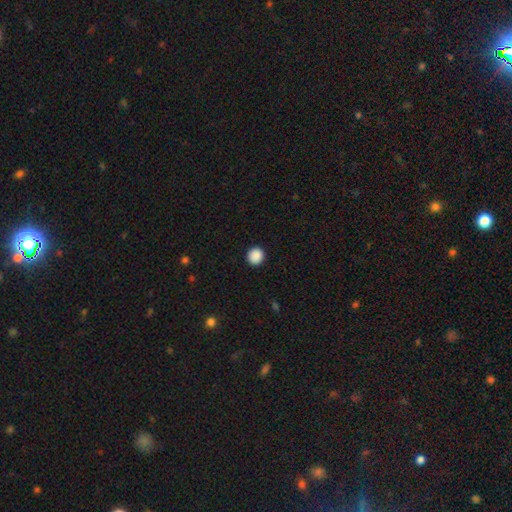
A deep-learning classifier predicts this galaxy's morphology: Smooth or featured: smooth — 89% (star or artifact — 9%)
How rounded: round — 91% (in between — 8%)
Merging: none — 92% (minor disturbance — 5%)